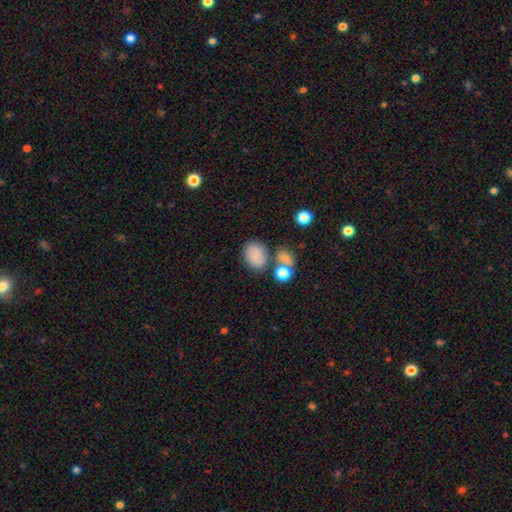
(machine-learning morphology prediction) smooth 78%, featured or disk 12%, star or artifact 11%. Down the decision tree: how rounded — in between (59%); merging — none (61%).